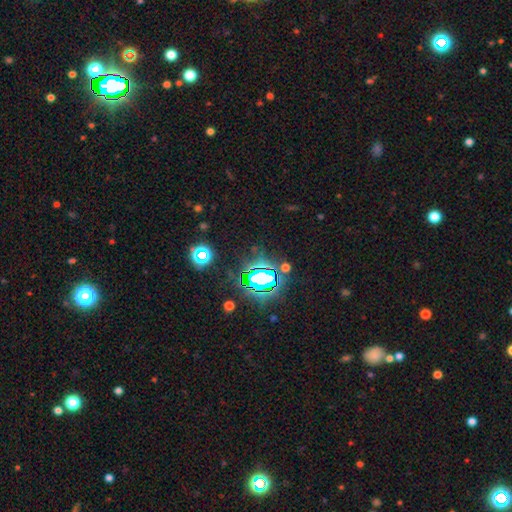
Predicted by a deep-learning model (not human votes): Smooth or featured? Predicted: star or artifact (p=0.80).